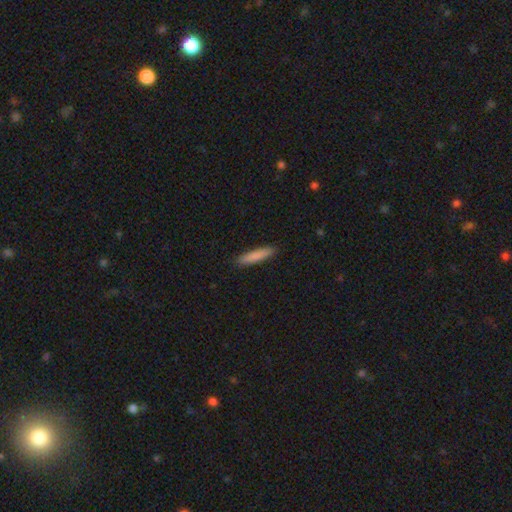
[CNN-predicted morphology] A smooth galaxy with no disk features (85%) that is cigar-shaped (87%).

Vote fractions:
- Smooth or featured? smooth: 85% / featured or disk: 9% / star or artifact: 6%
- How rounded? cigar-shaped: 87% / in between: 12% / round: 1%
- Merging? none: 90% / minor disturbance: 8% / major disturbance: 2% / merger: 1%